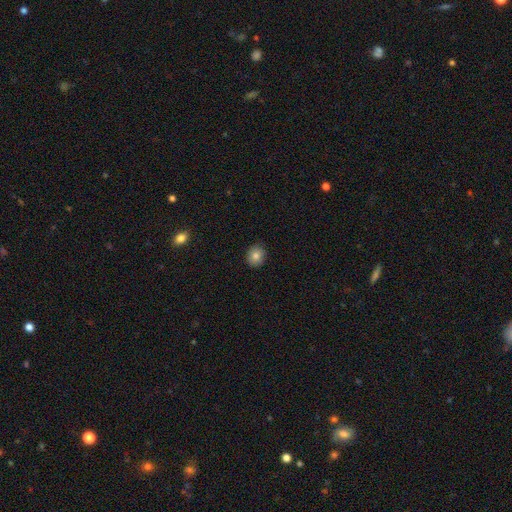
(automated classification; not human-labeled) Overall: smooth (82%). How rounded: round (70%). Merging: none (88%).